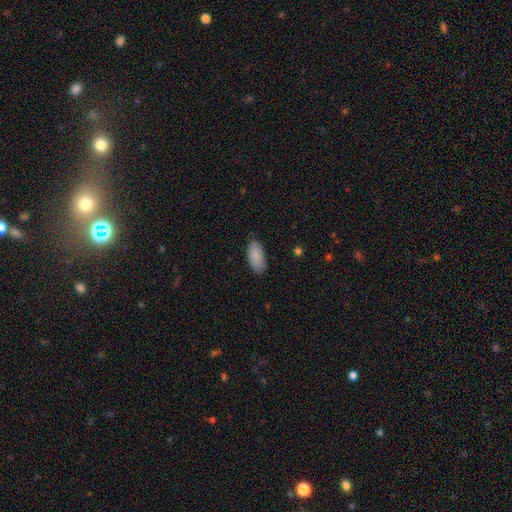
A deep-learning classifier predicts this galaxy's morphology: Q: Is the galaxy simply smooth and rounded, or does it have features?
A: smooth — 87%.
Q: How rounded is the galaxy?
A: in between — 92%.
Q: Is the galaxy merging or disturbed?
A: none — 82%.